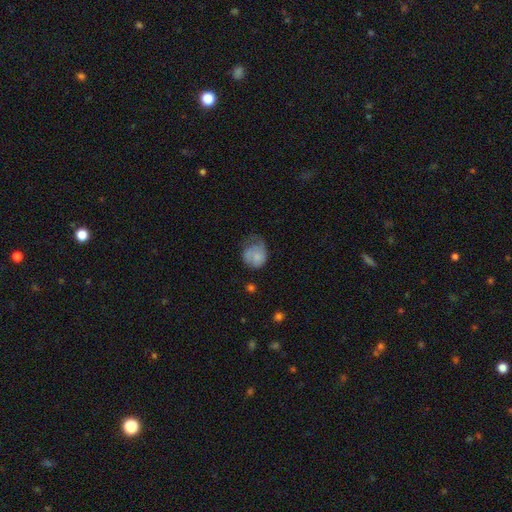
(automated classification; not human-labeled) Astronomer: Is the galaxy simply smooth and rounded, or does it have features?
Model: smooth — 66%.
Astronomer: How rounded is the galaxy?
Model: round — 64%.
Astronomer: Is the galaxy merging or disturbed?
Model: minor disturbance — 36% (runner-up: major disturbance, 32%).